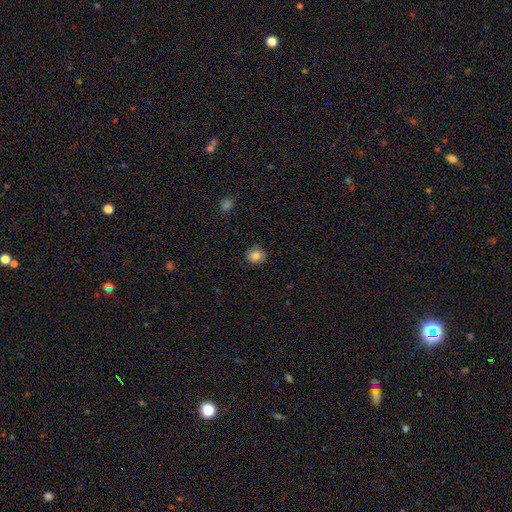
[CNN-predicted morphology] Smooth or featured?
  - smooth: 83% *
  - star or artifact: 10%
  - featured or disk: 7%
How rounded?
  - round: 91% *
  - in between: 8%
  - cigar-shaped: 1%
Merging?
  - none: 88% *
  - minor disturbance: 9%
  - major disturbance: 2%
  - merger: 1%